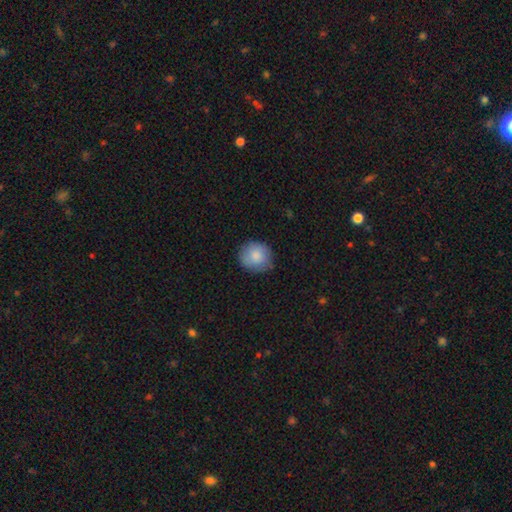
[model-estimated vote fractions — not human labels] smooth-or-featured: smooth: 84% | featured or disk: 9% | star or artifact: 7%
  how-rounded: round: 88% | in between: 11% | cigar-shaped: 1%
  merging: none: 80% | minor disturbance: 16% | major disturbance: 3% | merger: 1%